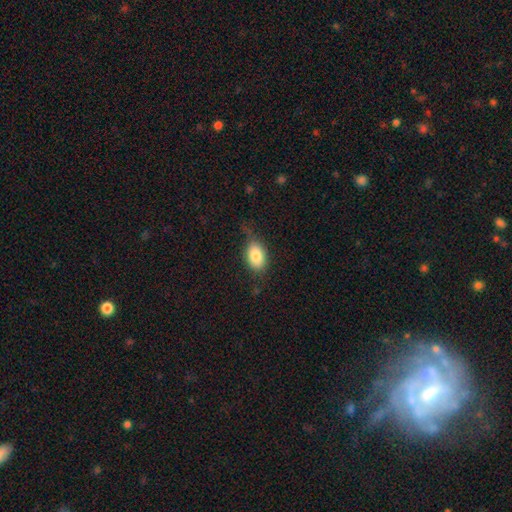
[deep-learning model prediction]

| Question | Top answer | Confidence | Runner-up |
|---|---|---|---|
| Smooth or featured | smooth | 83% | featured or disk (10%) |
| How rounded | in between | 86% | round (12%) |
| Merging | none | 58% | minor disturbance (29%) |